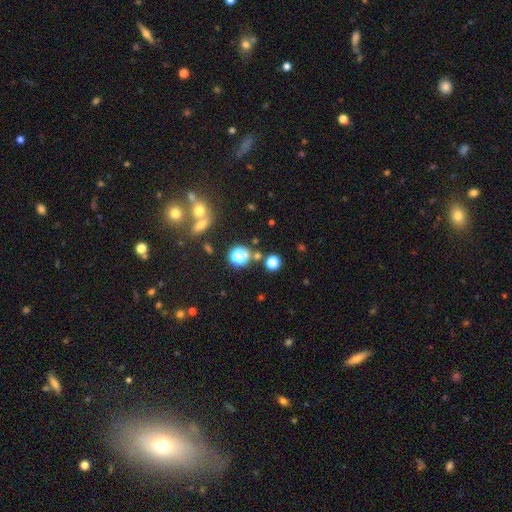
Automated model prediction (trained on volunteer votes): smooth-or-featured: star or artifact: 47% | smooth: 42% | featured or disk: 11%